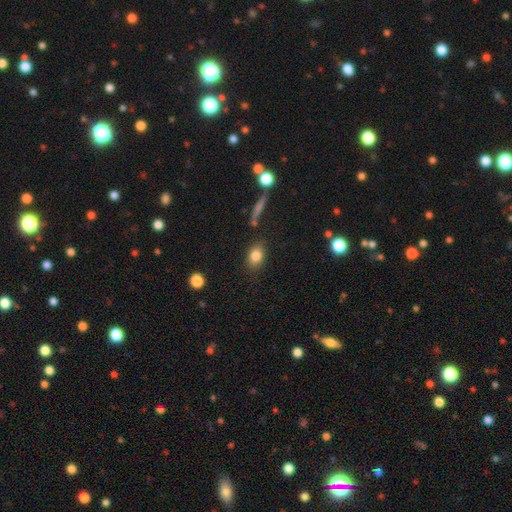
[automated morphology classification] The model was most divided on "how rounded": in between: 70%, round: 27%, cigar-shaped: 3%. More confident: smooth or featured — smooth (82%); merging — none (80%).